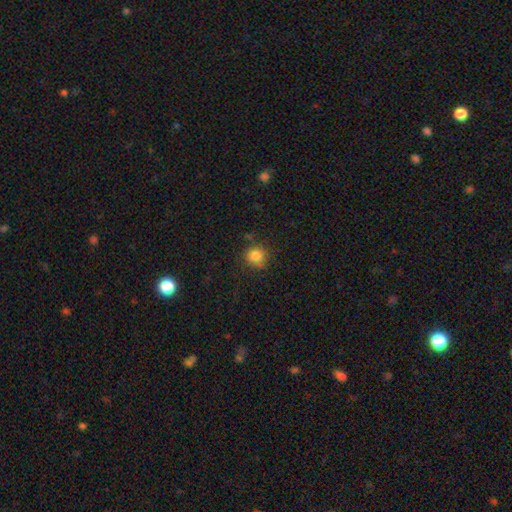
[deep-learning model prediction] smooth_or_featured: smooth (p=0.84) [alt: star or artifact p=0.11]
how_rounded: round (p=0.90) [alt: in between p=0.09]
merging: none (p=0.80) [alt: minor disturbance p=0.13]